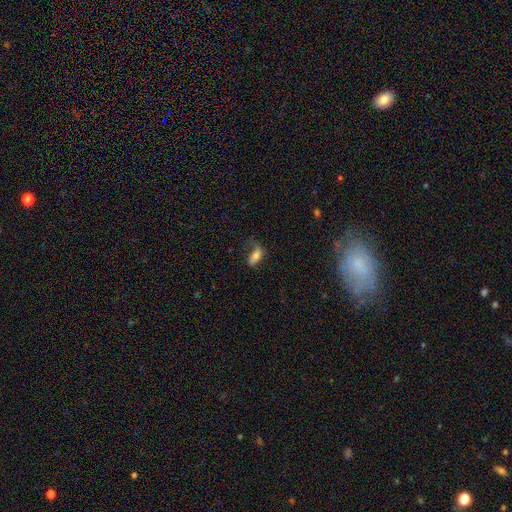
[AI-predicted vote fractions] Morphology: type=smooth (65%); roundness=in between (81%); merging=none (44%).